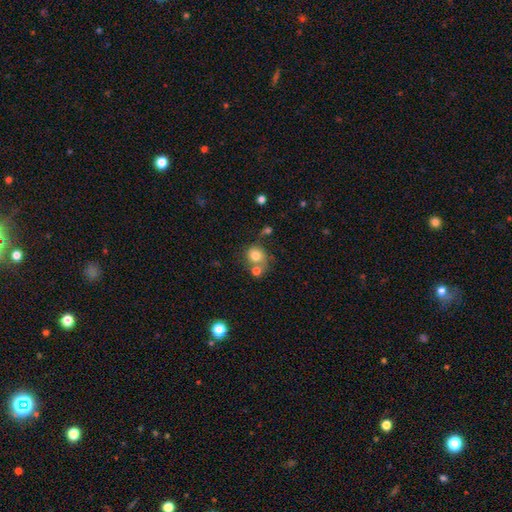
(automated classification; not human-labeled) Smooth or featured? Predicted: smooth (p=0.74). How rounded? Predicted: round (p=0.79). Merging? Predicted: none (p=0.41).